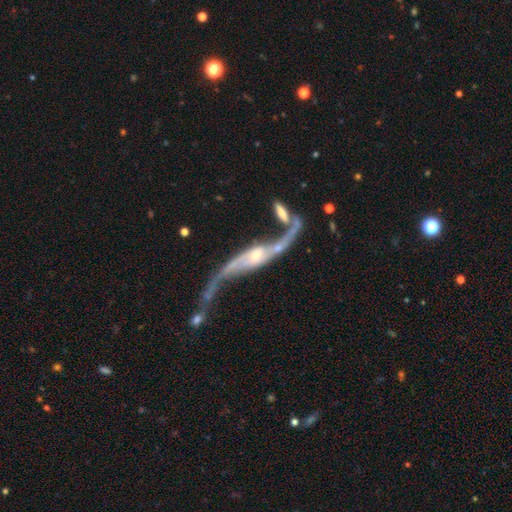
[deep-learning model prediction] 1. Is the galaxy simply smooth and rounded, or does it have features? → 88% featured or disk, 6% smooth, 6% star or artifact.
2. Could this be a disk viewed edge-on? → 79% no, 21% yes.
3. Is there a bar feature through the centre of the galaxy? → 48% no, 32% weak, 20% strong.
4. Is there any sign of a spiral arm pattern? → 92% yes, 8% no.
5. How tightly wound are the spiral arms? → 92% loose, 6% medium, 2% tight.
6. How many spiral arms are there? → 92% 2, 3% 1, 2% can't tell, 1% 3, 1% 4, 1% more than 4.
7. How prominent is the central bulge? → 49% small, 38% moderate, 6% none, 5% large, 2% dominant.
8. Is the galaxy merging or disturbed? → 35% none, 34% merger, 17% major disturbance, 14% minor disturbance.